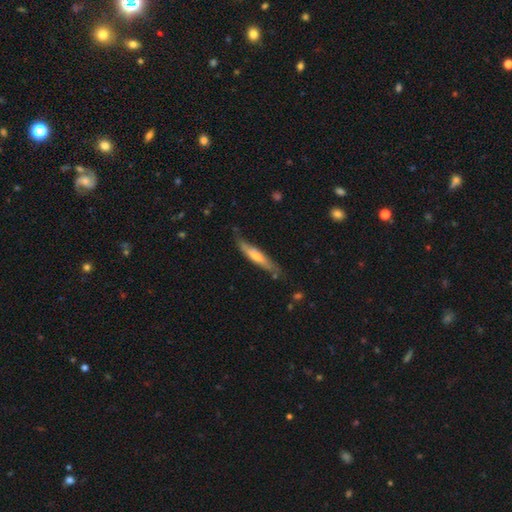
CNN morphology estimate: Smooth or featured? smooth (52%)
How rounded? cigar-shaped (87%)
Merging? none (72%)